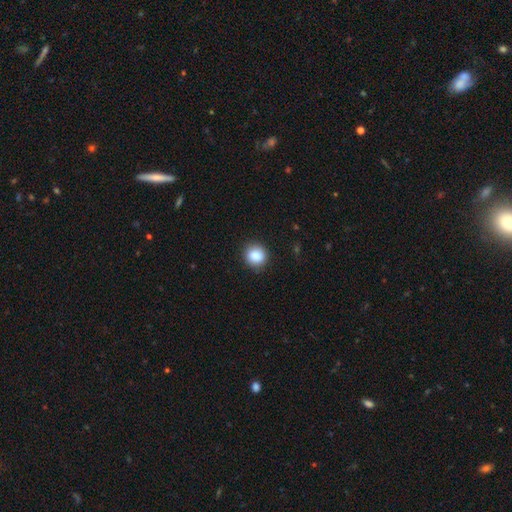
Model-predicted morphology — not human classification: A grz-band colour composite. It shows a smooth galaxy with no disk features (88%) that is round (85%). Merging: none (89%).